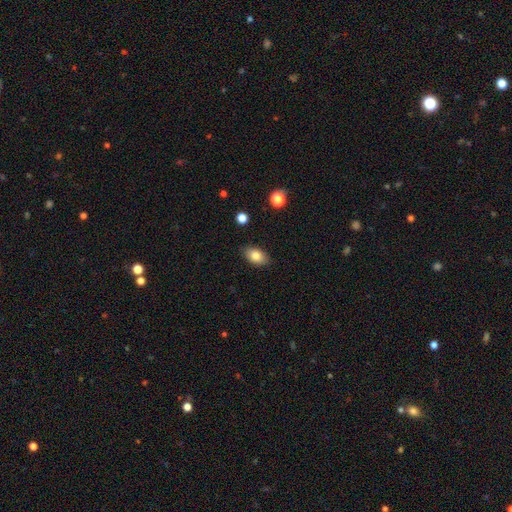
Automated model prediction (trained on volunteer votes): smooth-or-featured: smooth: 82% | featured or disk: 10% | star or artifact: 8%
  how-rounded: in between: 89% | round: 10% | cigar-shaped: 2%
  merging: none: 86% | minor disturbance: 10% | major disturbance: 2% | merger: 1%